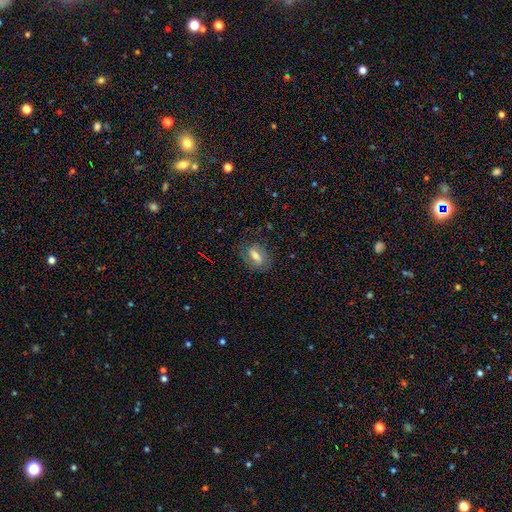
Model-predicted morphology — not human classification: smooth 57%, featured or disk 32%, star or artifact 12%. Down the decision tree: how rounded — in between (75%); merging — none (74%).